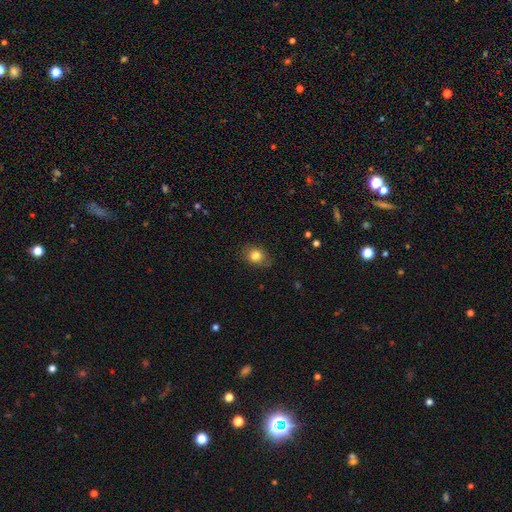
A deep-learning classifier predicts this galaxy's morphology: Smooth or featured? Predicted: smooth (p=0.81). How rounded? Predicted: in between (p=0.49, tied with round). Merging? Predicted: none (p=0.78).